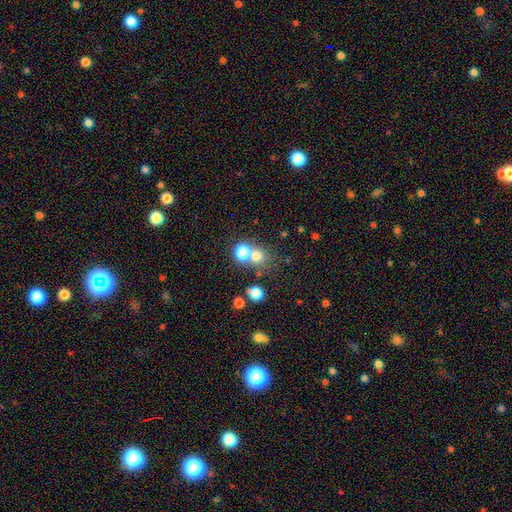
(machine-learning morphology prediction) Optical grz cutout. It shows a smooth galaxy with no disk features (71%) that is round (83%). Merging: none (49%).